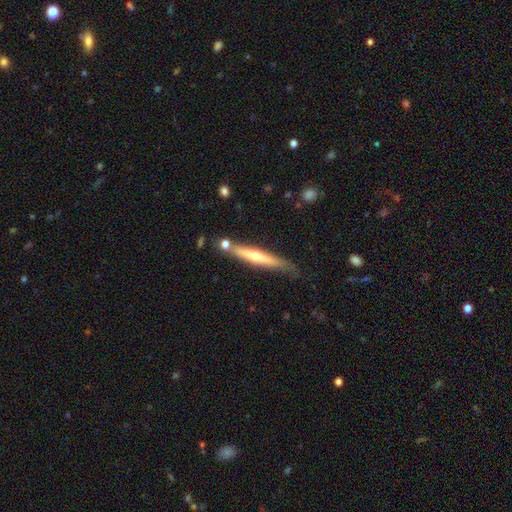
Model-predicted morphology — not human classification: featured or disk 60%, smooth 33%, star or artifact 7%. Down the decision tree: edge-on disk — yes (92%); edge-on bulge — rounded (74%); merging — none (70%).